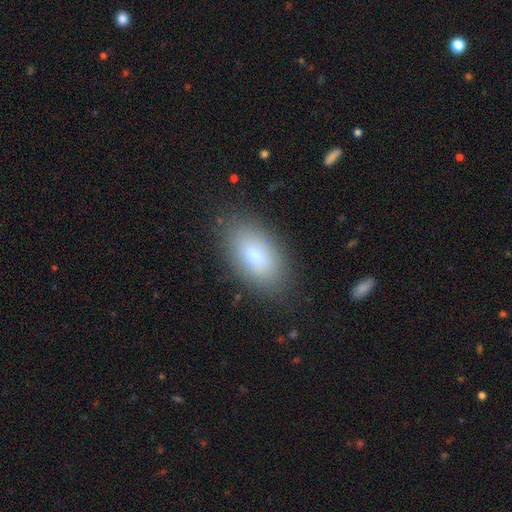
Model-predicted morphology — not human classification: smooth 83%, featured or disk 10%, star or artifact 8%. Down the decision tree: how rounded — in between (93%); merging — none (84%).